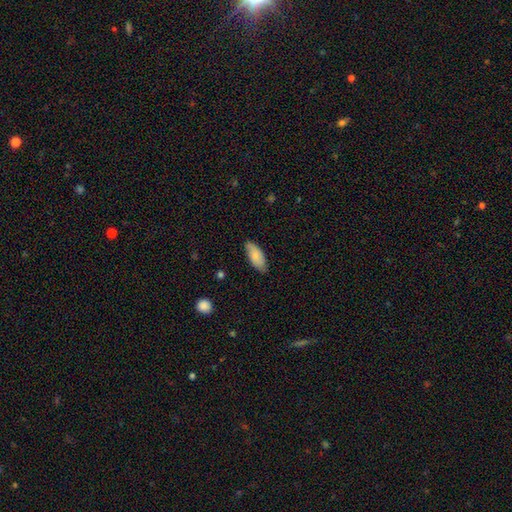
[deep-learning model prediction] smooth_or_featured: smooth (p=0.80) [alt: featured or disk p=0.14]
how_rounded: in between (p=0.84) [alt: cigar-shaped p=0.14]
merging: none (p=0.80) [alt: minor disturbance p=0.17]